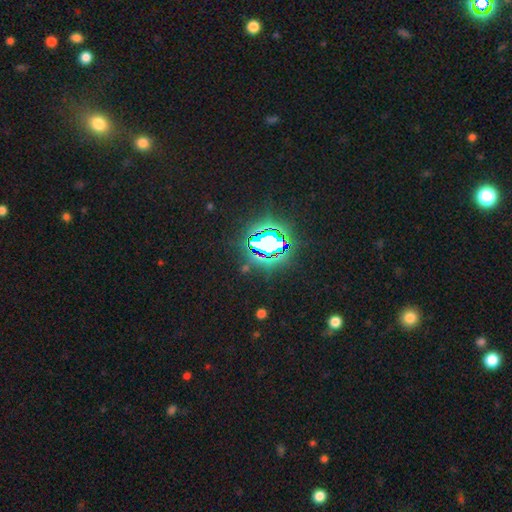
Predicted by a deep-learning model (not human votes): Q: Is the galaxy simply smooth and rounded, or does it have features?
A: star or artifact — 81%.